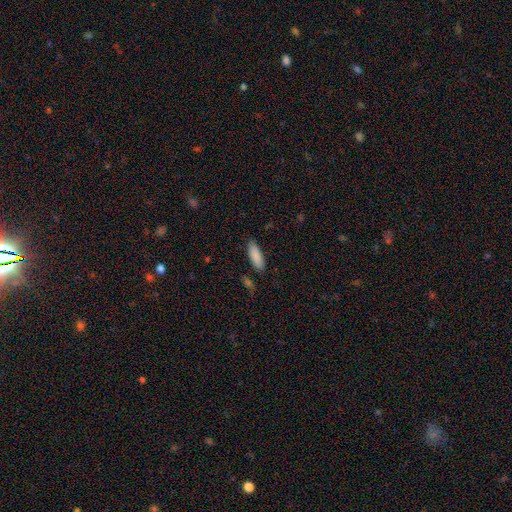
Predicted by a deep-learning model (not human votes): smooth_or_featured: smooth (p=0.88) [alt: star or artifact p=0.06]
how_rounded: in between (p=0.57) [alt: cigar-shaped p=0.42]
merging: none (p=0.85) [alt: minor disturbance p=0.10]